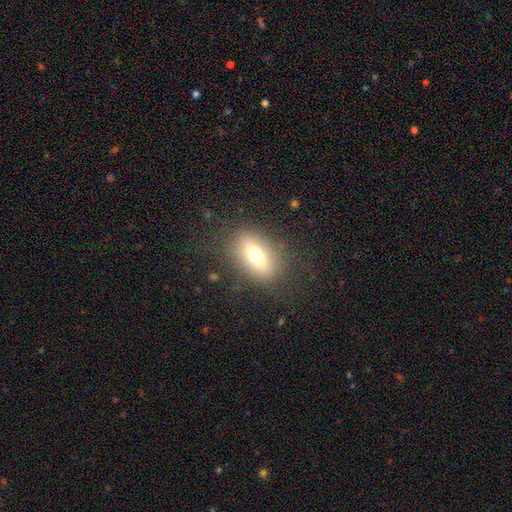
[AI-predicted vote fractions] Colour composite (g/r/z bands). It shows a smooth galaxy with no disk features (68%) that is in between round and cigar-shaped (80%). Merging: none (82%).